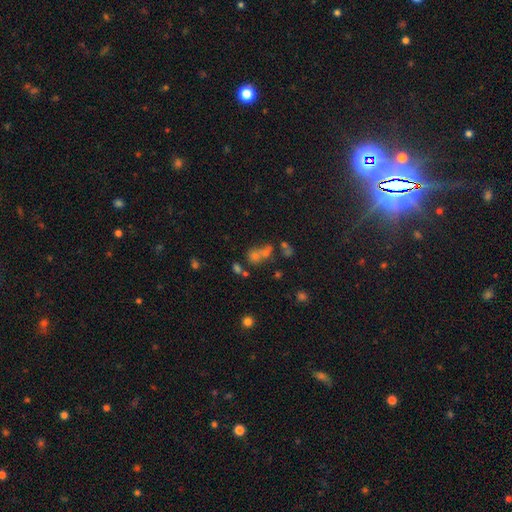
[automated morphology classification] This is possibly a smooth galaxy (47%). Merging: marginally merger (44%).